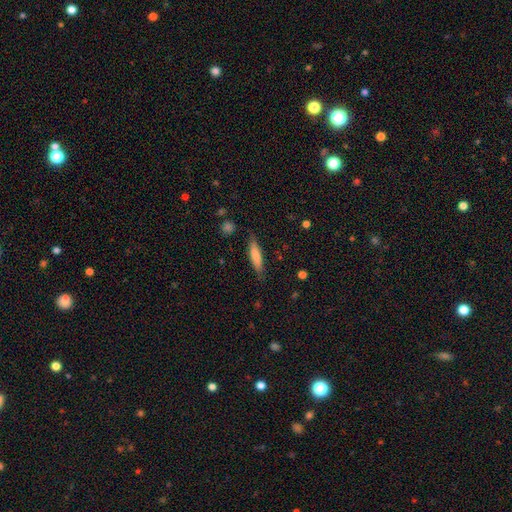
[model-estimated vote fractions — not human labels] Smooth or featured? smooth (74%)
How rounded? cigar-shaped (78%)
Merging? none (82%)